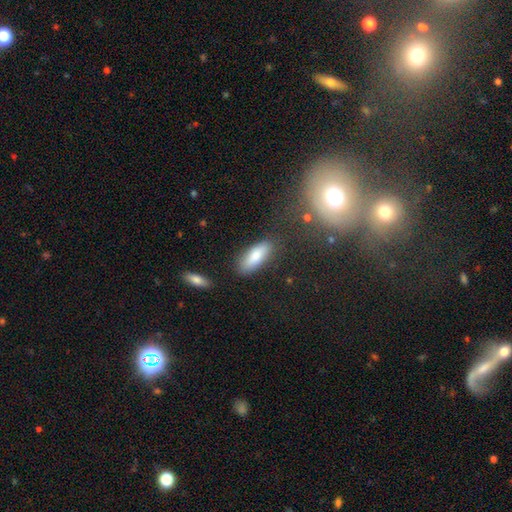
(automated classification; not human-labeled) A smooth galaxy with no disk features (82%) that is in between round and cigar-shaped (73%). Merging: none (81%).